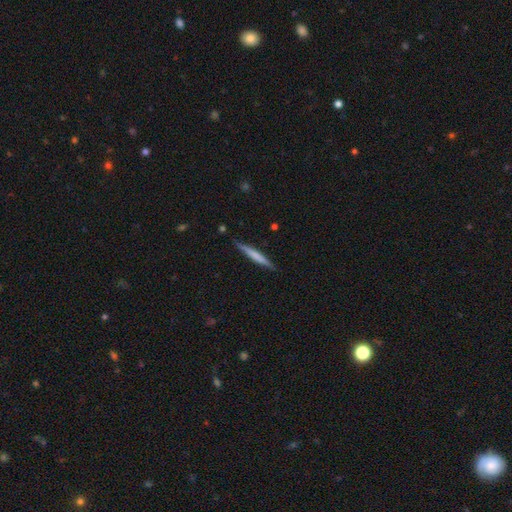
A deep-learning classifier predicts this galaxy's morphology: Smooth or featured? smooth (55%)
How rounded? cigar-shaped (95%)
Merging? none (87%)